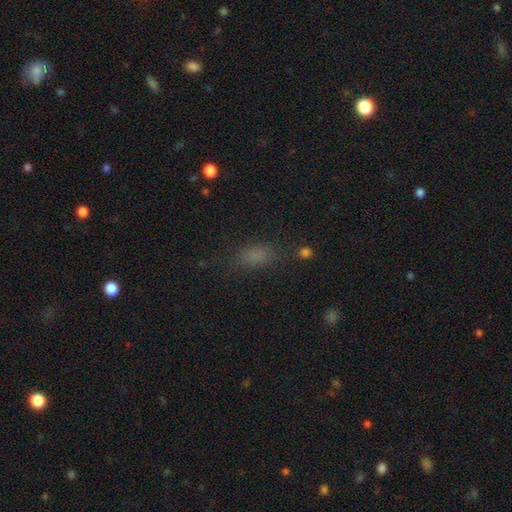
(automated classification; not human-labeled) smooth-or-featured: smooth: 74% | star or artifact: 18% | featured or disk: 8%
  how-rounded: in between: 78% | cigar-shaped: 14% | round: 8%
  merging: none: 73% | minor disturbance: 16% | major disturbance: 8% | merger: 3%